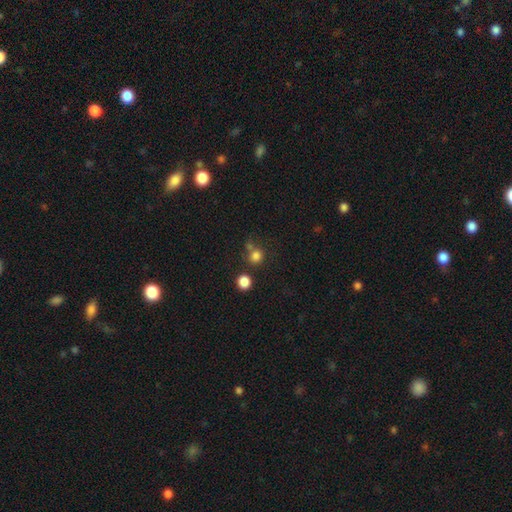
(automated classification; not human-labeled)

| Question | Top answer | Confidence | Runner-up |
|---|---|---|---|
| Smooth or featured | smooth | 79% | star or artifact (15%) |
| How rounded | round | 89% | in between (10%) |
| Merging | none | 64% | merger (21%) |